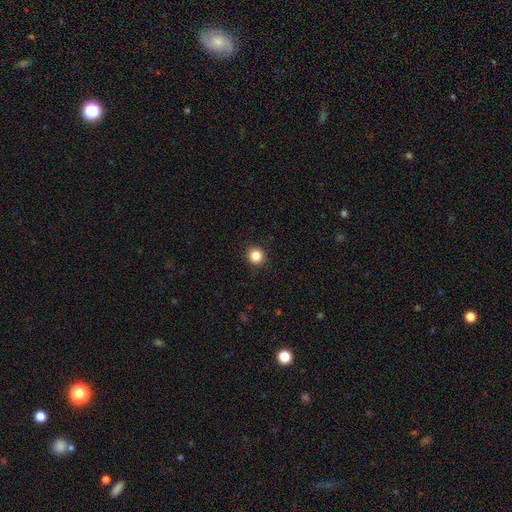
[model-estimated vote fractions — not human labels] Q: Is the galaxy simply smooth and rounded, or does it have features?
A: smooth — 85%.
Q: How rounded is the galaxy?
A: round — 91%.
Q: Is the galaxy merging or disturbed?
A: none — 92%.